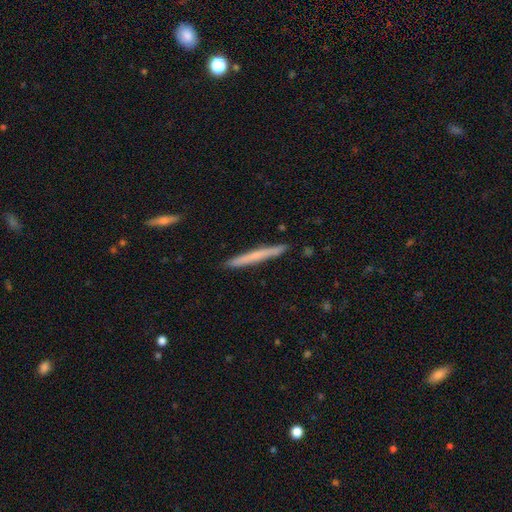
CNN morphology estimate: The model was most divided on "smooth or featured": smooth: 58%, featured or disk: 36%, star or artifact: 6%. More confident: how rounded — cigar-shaped (97%); merging — none (91%).